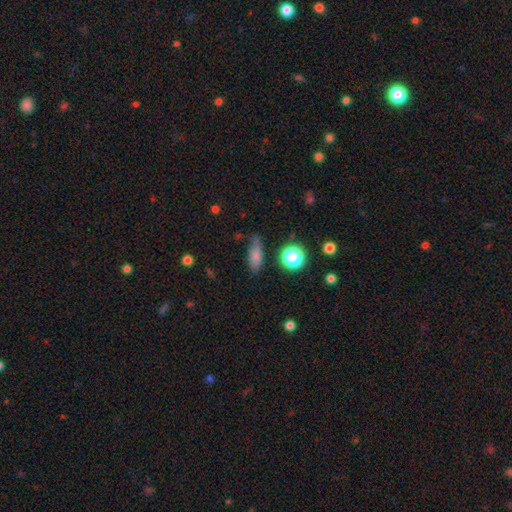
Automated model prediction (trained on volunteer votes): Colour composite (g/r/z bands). It shows a smooth galaxy with no disk features (75%) that is in between round and cigar-shaped (62%). Merging: none (66%).